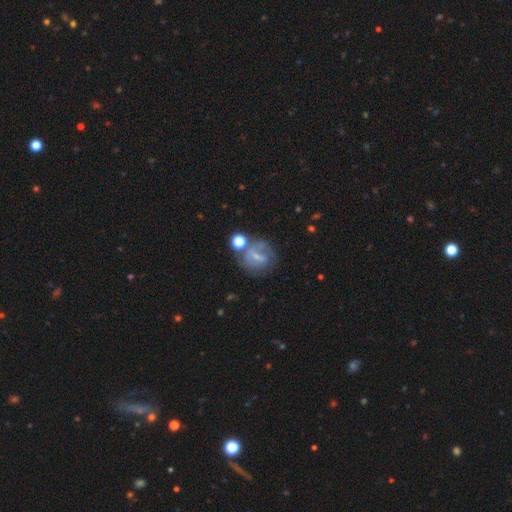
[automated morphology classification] smooth-or-featured: featured or disk: 56% | smooth: 32% | star or artifact: 13%
  disk-edge-on: no: 96% | yes: 4%
    bar: weak: 45% | strong: 29% | no: 27%
    has-spiral-arms: yes: 67% | no: 33%
    bulge-size: small: 54% | moderate: 23% | none: 19% | large: 3% | dominant: 1%
  merging: none: 49% | minor disturbance: 20% | major disturbance: 16% | merger: 15%